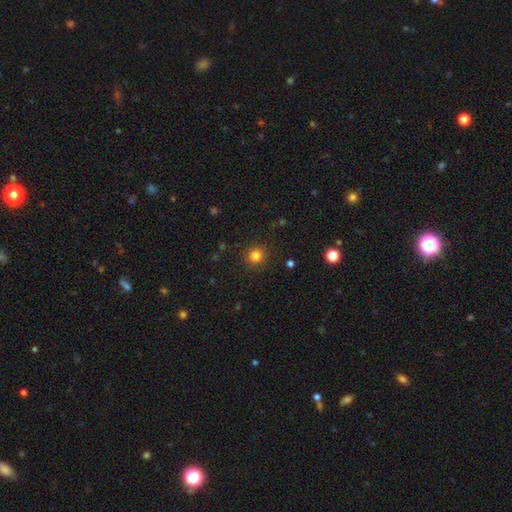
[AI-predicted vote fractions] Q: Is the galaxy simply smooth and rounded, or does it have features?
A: smooth — 81%.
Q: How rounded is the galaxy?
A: round — 93%.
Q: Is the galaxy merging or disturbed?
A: none — 90%.